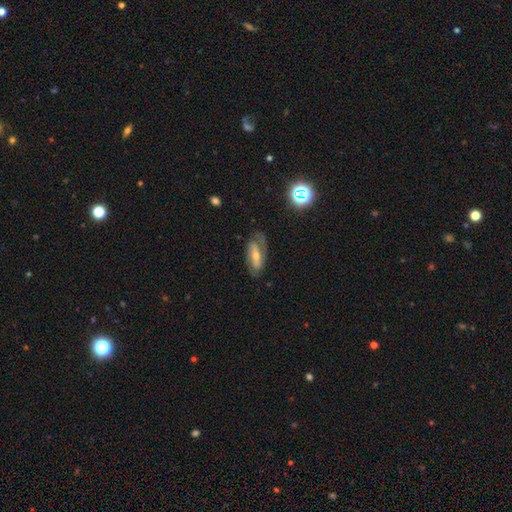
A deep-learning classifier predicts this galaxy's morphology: A featured or disk galaxy (67%) with a strong bar (44%), spiral arms (82%) and a small central bulge (48%). Merging: none (70%).